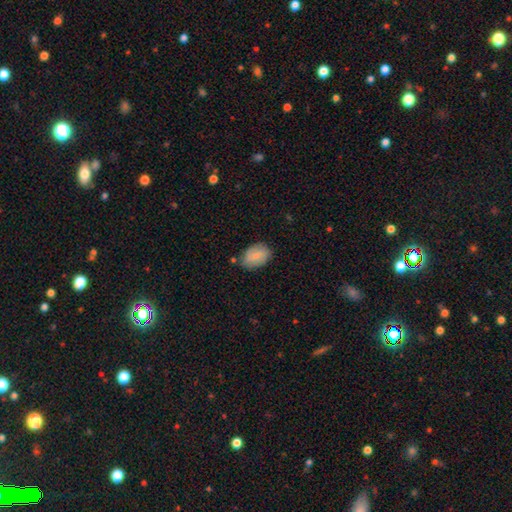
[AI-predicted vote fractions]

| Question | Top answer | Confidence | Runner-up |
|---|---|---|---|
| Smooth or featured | smooth | 78% | featured or disk (15%) |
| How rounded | in between | 85% | round (13%) |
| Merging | none | 75% | minor disturbance (18%) |